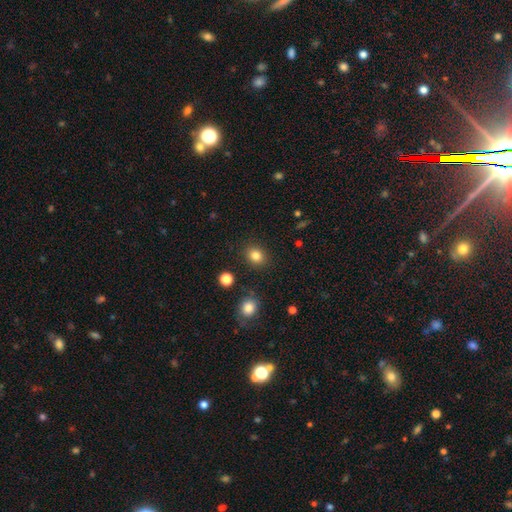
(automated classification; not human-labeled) A smooth galaxy with no disk features (84%) that is round (61%). Merging: none (87%).